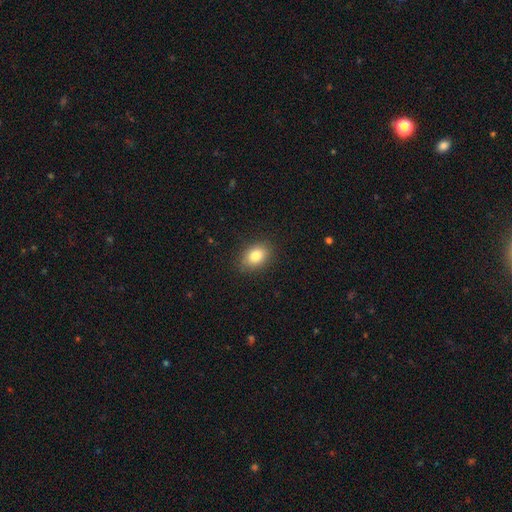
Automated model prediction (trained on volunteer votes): Smooth or featured? smooth (83%)
How rounded? in between (73%)
Merging? none (86%)